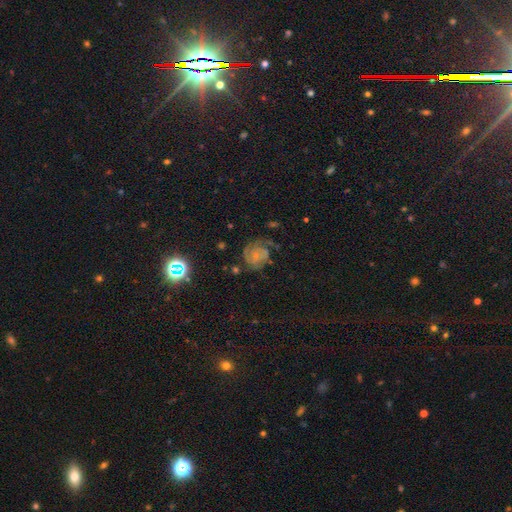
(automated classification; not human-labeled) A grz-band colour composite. It shows a featured or disk galaxy (68%) with no bar (73%), 2 (36%) tight (50%) spiral arms (89%) and a small central bulge (69%). Merging: none (53%).